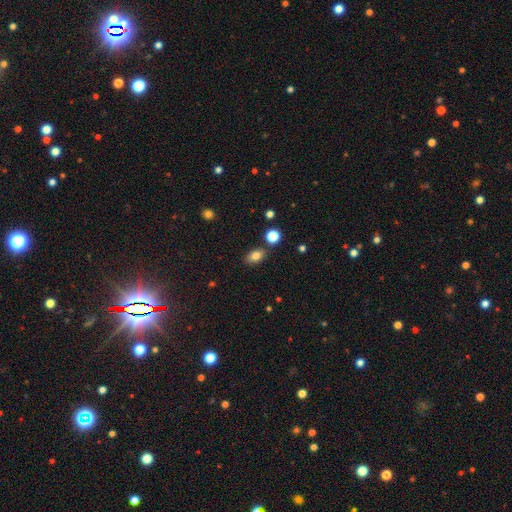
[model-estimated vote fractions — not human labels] This is clearly a smooth galaxy (81%). How rounded: clearly in between (83%). Merging: clearly none (80%).